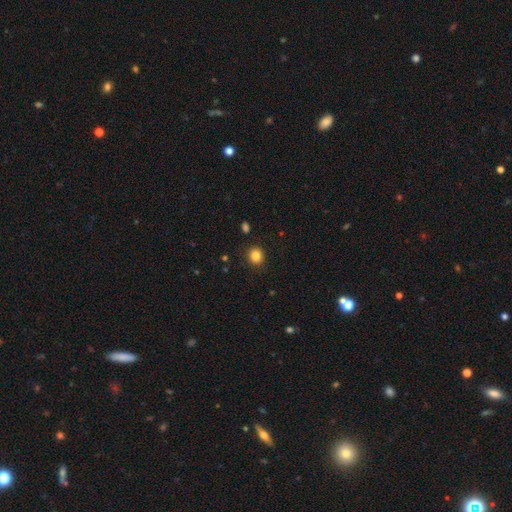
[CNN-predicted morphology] The model was most divided on "how rounded": round: 80%, in between: 19%, cigar-shaped: 1%. More confident: merging — none (88%); smooth or featured — smooth (85%).